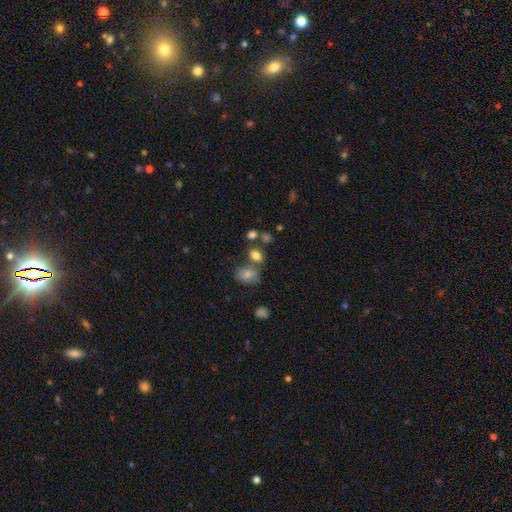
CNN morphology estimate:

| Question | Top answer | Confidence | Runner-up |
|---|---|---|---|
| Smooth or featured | smooth | 77% | star or artifact (13%) |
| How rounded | in between | 60% | round (38%) |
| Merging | none | 54% | merger (28%) |